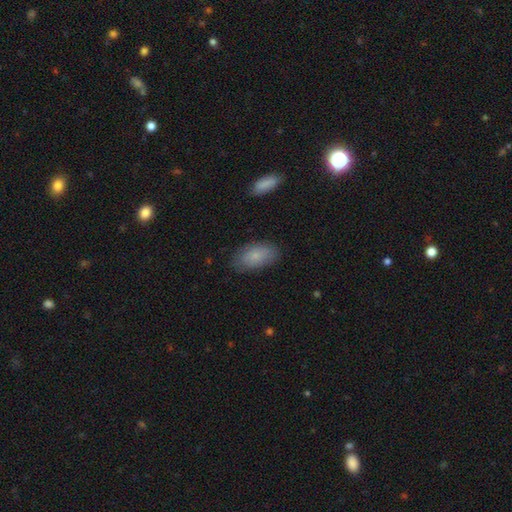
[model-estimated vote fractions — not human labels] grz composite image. It shows a smooth galaxy with no disk features (79%) that is in between round and cigar-shaped (93%). Merging: none (82%).